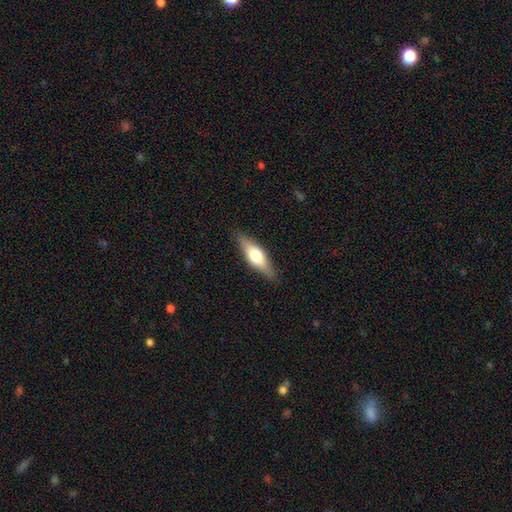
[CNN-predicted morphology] Q: Smooth or featured?
A: smooth (48%); runner-up: featured or disk (46%)
Q: Merging?
A: none (85%); runner-up: minor disturbance (11%)